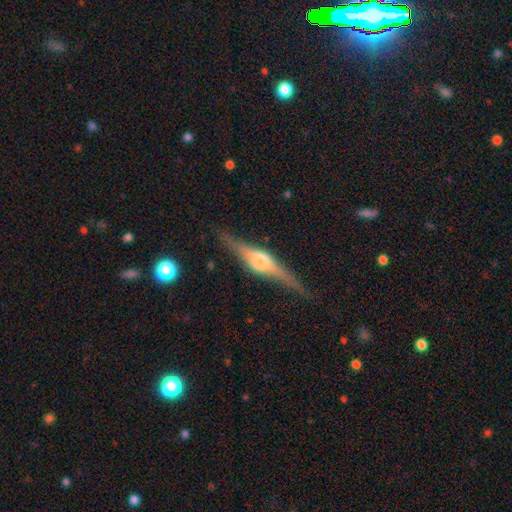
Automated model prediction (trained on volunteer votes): Morphology: type=featured or disk (82%); edge-on=yes (97%); edge-on bulge=rounded (82%); merging=none (87%).